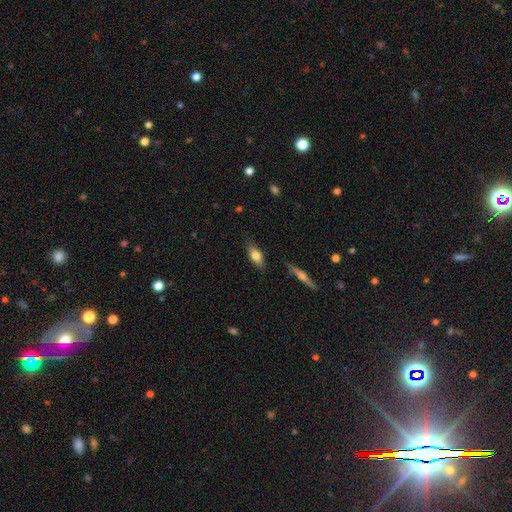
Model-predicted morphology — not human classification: This appears to be a smooth galaxy with no disk features (74%) that is in between round and cigar-shaped (78%). Merging: none (81%).